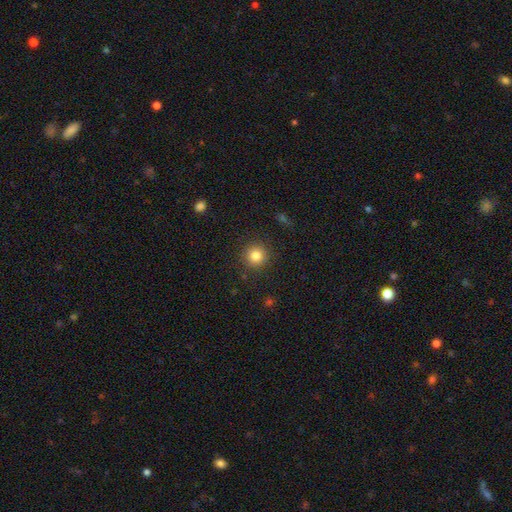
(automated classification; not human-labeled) Morphology: type=smooth (83%); roundness=round (95%); merging=none (90%).